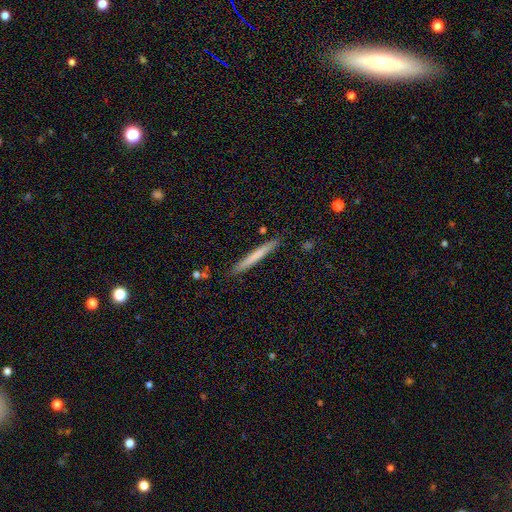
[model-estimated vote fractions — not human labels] Smooth or featured? smooth (67%)
How rounded? cigar-shaped (97%)
Merging? none (89%)